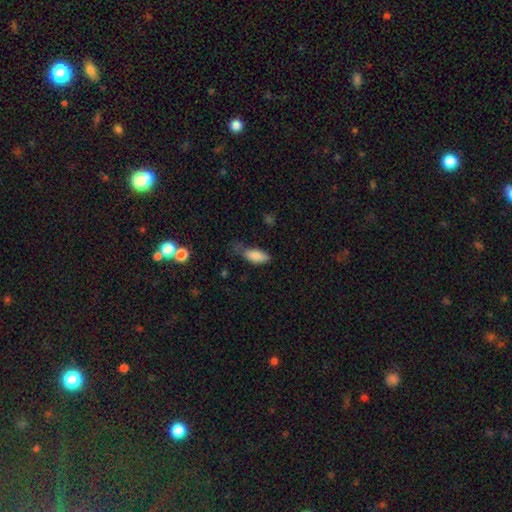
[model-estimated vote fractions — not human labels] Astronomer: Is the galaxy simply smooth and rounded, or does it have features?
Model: smooth — 85%.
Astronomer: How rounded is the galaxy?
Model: in between — 82%.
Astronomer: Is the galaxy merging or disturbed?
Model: none — 46% (runner-up: minor disturbance, 38%).